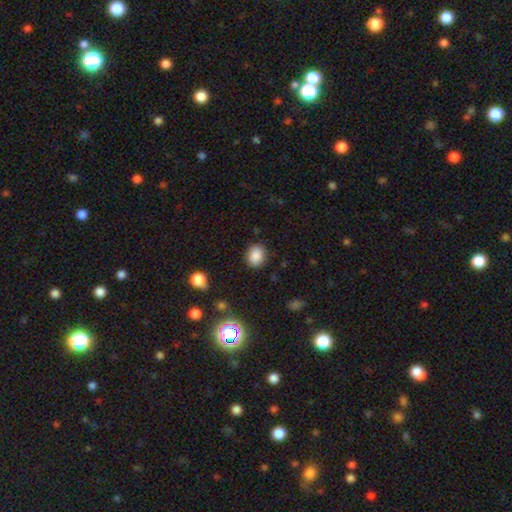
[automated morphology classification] A smooth galaxy with no disk features (85%) that is in between round and cigar-shaped (50%). Merging: none (86%).